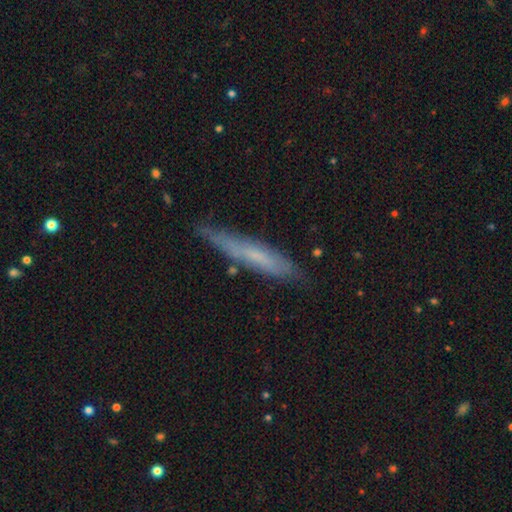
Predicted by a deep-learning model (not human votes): Smooth or featured?
  - smooth: 48% *
  - featured or disk: 43%
  - star or artifact: 8%
Merging?
  - none: 75% *
  - minor disturbance: 19%
  - major disturbance: 4%
  - merger: 2%